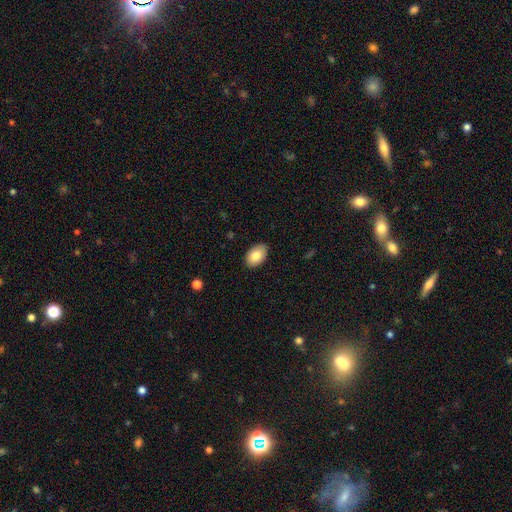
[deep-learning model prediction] A smooth galaxy with no disk features (83%) that is in between round and cigar-shaped (91%).

Vote fractions:
- Smooth or featured? smooth: 83% / featured or disk: 10% / star or artifact: 7%
- How rounded? in between: 91% / round: 8% / cigar-shaped: 1%
- Merging? none: 88% / minor disturbance: 10% / major disturbance: 2% / merger: 1%